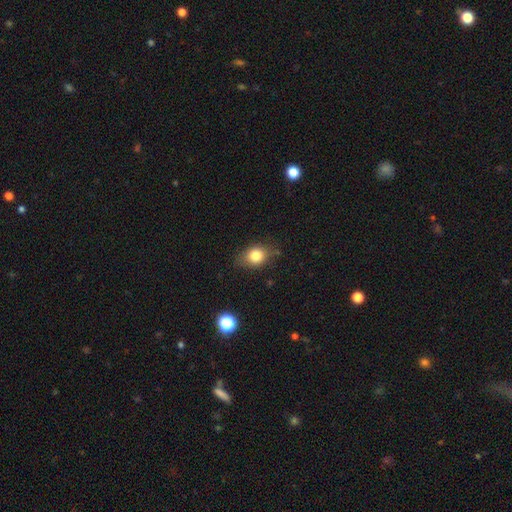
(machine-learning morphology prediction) Smooth or featured? smooth (81%)
How rounded? in between (54%)
Merging? none (75%)